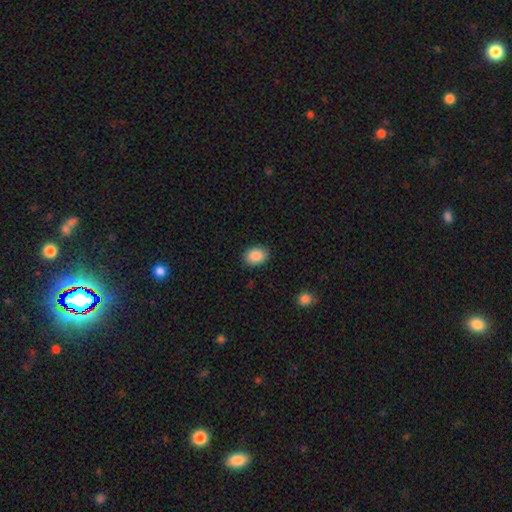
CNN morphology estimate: Q: Smooth or featured?
A: smooth (88%); runner-up: star or artifact (8%)
Q: How rounded?
A: in between (68%); runner-up: round (31%)
Q: Merging?
A: none (87%); runner-up: minor disturbance (9%)